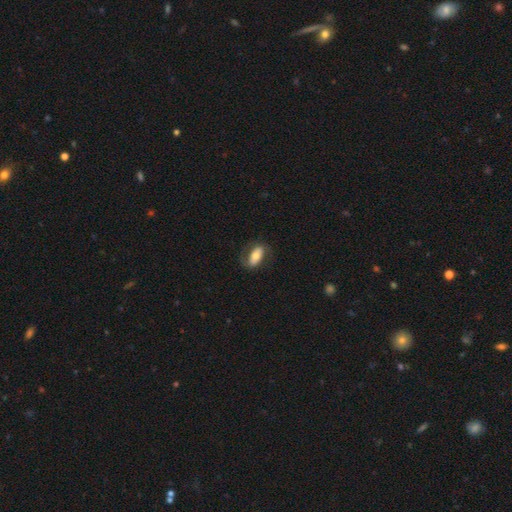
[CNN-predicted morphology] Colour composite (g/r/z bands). It shows a smooth galaxy with no disk features (52%) that is in between round and cigar-shaped (85%). Merging: none (69%).